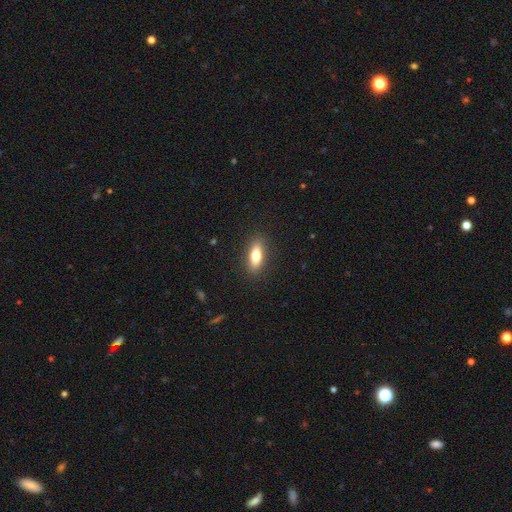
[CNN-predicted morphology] type=smooth (75%); roundness=in between (66%); merging=none (88%).